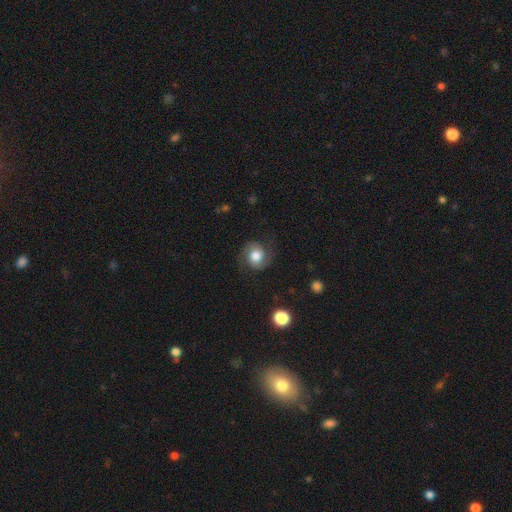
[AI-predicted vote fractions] Morphology: type=featured or disk (51%); edge-on=no (98%); merging=none (76%).